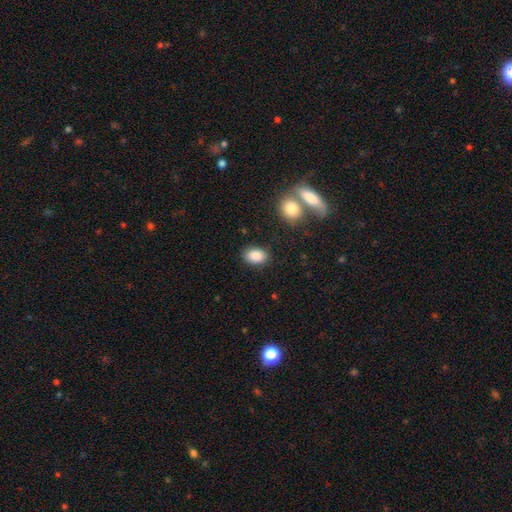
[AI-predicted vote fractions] A smooth galaxy with no disk features (87%) that is in between round and cigar-shaped (81%).

Vote fractions:
- Smooth or featured? smooth: 87% / star or artifact: 8% / featured or disk: 5%
- How rounded? in between: 81% / round: 17% / cigar-shaped: 1%
- Merging? none: 84% / minor disturbance: 10% / merger: 4% / major disturbance: 3%